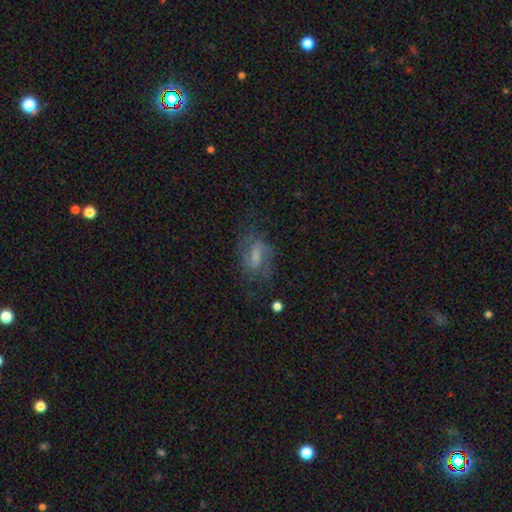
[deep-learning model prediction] smooth-or-featured: featured or disk: 63% | smooth: 27% | star or artifact: 11%
  disk-edge-on: no: 95% | yes: 5%
    bar: weak: 51% | strong: 28% | no: 21%
    has-spiral-arms: yes: 85% | no: 15%
      spiral-winding: medium: 48% | loose: 32% | tight: 20%
      spiral-arm-count: 2: 75% | can't tell: 14% | 1: 4% | 3: 3% | 4: 2% | more than 4: 1%
    bulge-size: small: 30% (tied) | none: 30% (tied) | moderate: 29% | large: 9% | dominant: 2%
  merging: none: 61% | minor disturbance: 20% | major disturbance: 17% | merger: 2%